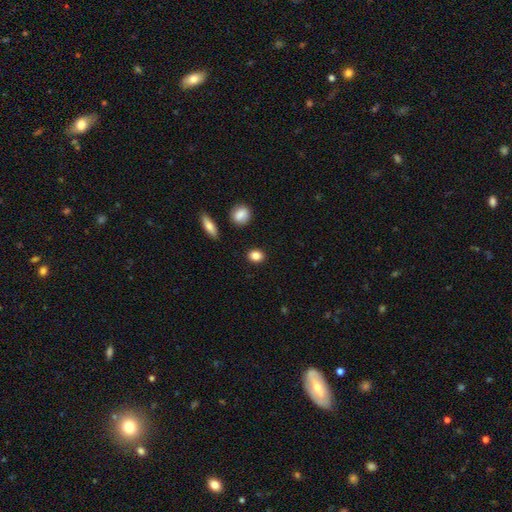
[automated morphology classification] Smooth or featured?
  - smooth: 85% *
  - star or artifact: 9%
  - featured or disk: 5%
How rounded?
  - round: 57% *
  - in between: 41%
  - cigar-shaped: 2%
Merging?
  - none: 90% *
  - minor disturbance: 7%
  - major disturbance: 2%
  - merger: 2%